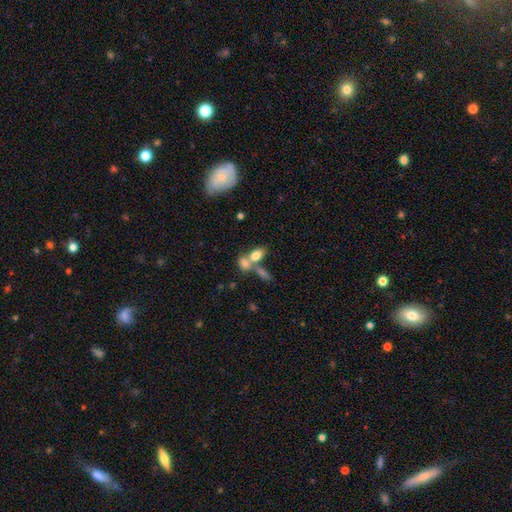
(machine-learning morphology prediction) Smooth or featured? Predicted: smooth (p=0.73). How rounded? Predicted: in between (p=0.84). Merging? Predicted: merger (p=0.55).